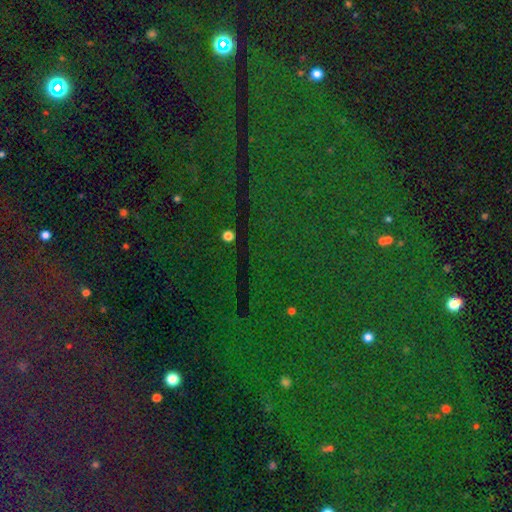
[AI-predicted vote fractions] Q: Smooth or featured?
A: star or artifact (84%); runner-up: smooth (9%)